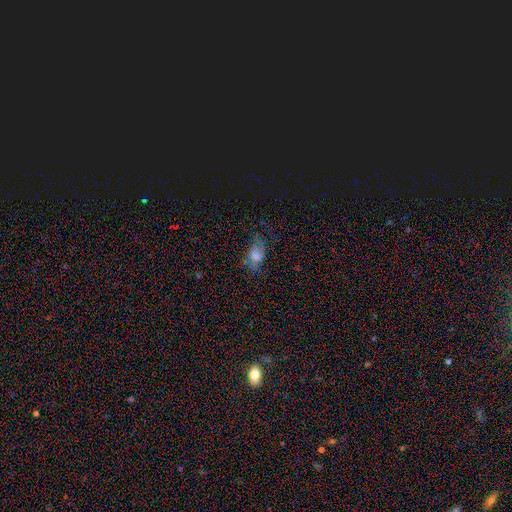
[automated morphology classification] smooth-or-featured: smooth: 55% | featured or disk: 30% | star or artifact: 15%
  how-rounded: in between: 81% | round: 15% | cigar-shaped: 3%
  merging: none: 44% | minor disturbance: 28% | major disturbance: 25% | merger: 3%